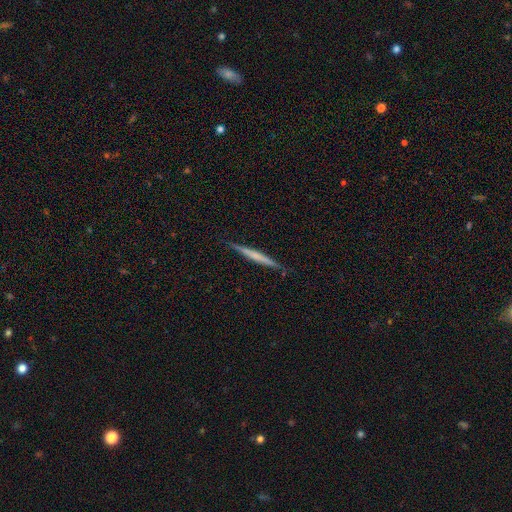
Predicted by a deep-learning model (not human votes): Smooth or featured?
  - featured or disk: 51% *
  - smooth: 43%
  - star or artifact: 6%
Edge-on disk?
  - yes: 98% *
  - no: 2%
Merging?
  - none: 89% *
  - minor disturbance: 8%
  - major disturbance: 1%
  - merger: 1%